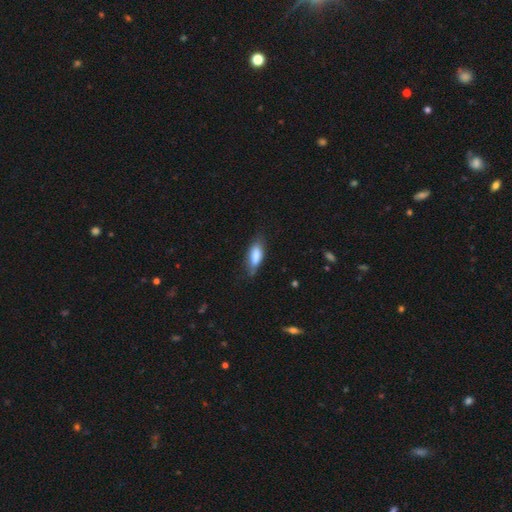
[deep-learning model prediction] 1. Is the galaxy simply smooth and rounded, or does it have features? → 80% smooth, 14% featured or disk, 6% star or artifact.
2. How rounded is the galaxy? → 70% in between, 28% cigar-shaped, 2% round.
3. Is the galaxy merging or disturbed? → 66% none, 26% minor disturbance, 6% major disturbance, 2% merger.